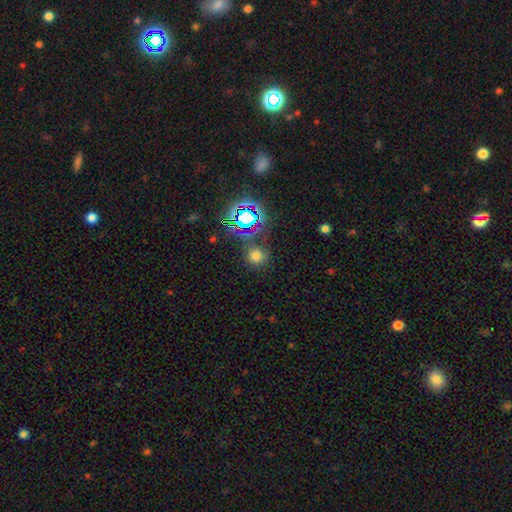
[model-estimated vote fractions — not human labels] Smooth or featured? smooth (65%)
How rounded? round (89%)
Merging? none (80%)